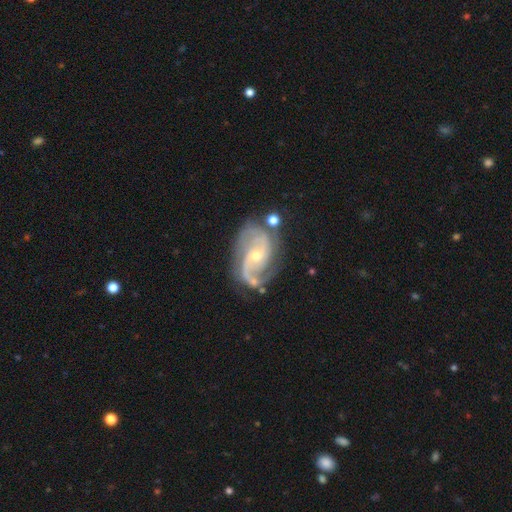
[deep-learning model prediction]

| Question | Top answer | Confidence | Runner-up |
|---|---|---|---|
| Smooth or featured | featured or disk | 90% | star or artifact (5%) |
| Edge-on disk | no | 97% | yes (3%) |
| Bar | no | 57% | weak (33%) |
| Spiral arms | yes | 98% | no (2%) |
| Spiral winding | medium | 54% | tight (25%) |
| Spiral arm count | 2 | 80% | 3 (8%) |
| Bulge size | small | 60% | moderate (37%) |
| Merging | none | 64% | minor disturbance (20%) |